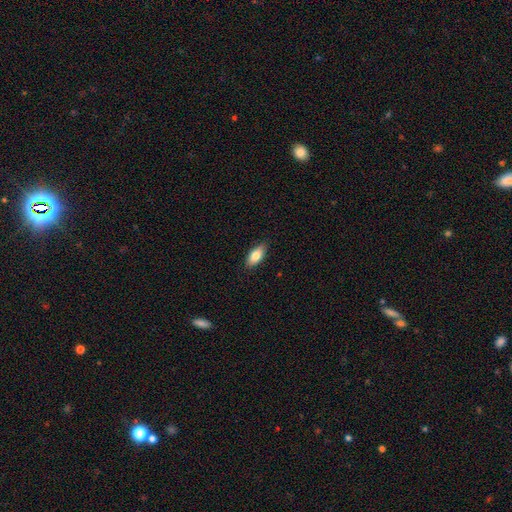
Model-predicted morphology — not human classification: A smooth galaxy with no disk features (83%) that is in between round and cigar-shaped (87%).

Vote fractions:
- Smooth or featured? smooth: 83% / featured or disk: 11% / star or artifact: 7%
- How rounded? in between: 87% / cigar-shaped: 10% / round: 3%
- Merging? none: 87% / minor disturbance: 10% / major disturbance: 2% / merger: 1%